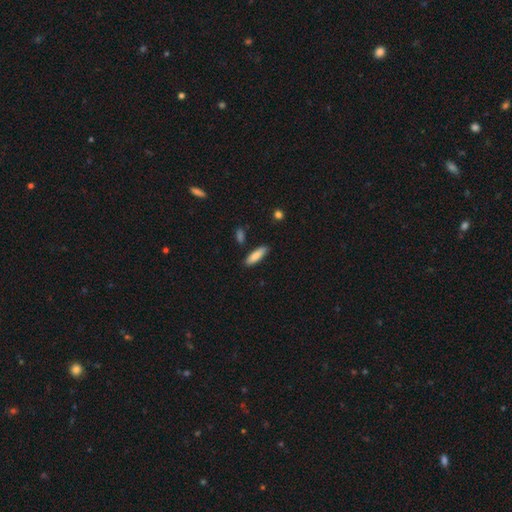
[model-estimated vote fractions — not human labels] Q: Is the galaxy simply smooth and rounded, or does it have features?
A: smooth — 85%.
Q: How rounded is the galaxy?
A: cigar-shaped — 56%.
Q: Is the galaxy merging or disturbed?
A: none — 84%.